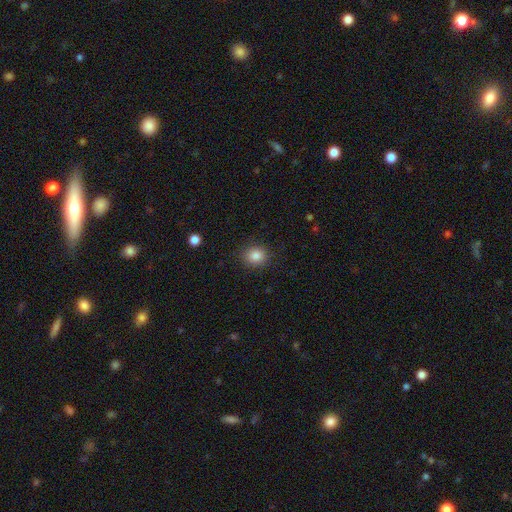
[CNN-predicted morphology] smooth 86%, star or artifact 10%, featured or disk 4%. Down the decision tree: how rounded — round (77%); merging — none (88%).